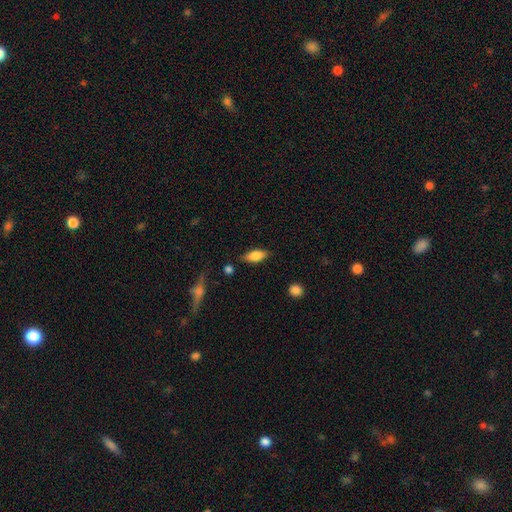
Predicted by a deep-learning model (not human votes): The model was most divided on "smooth or featured": smooth: 73%, featured or disk: 19%, star or artifact: 7%. More confident: merging — none (81%); how rounded — in between (80%).